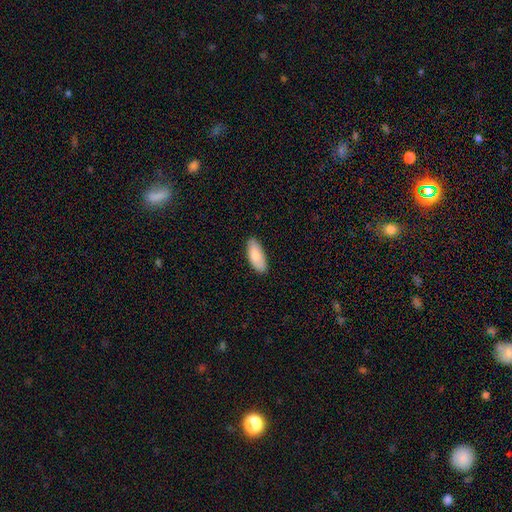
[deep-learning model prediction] A smooth galaxy with no disk features (86%) that is in between round and cigar-shaped (86%). Merging: none (86%).